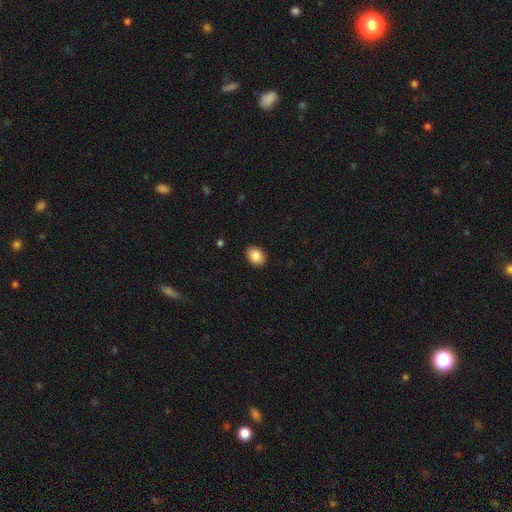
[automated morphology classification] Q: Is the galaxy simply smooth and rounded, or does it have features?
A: smooth — 87%.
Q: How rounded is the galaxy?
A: in between — 67%.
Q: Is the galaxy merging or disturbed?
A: none — 90%.